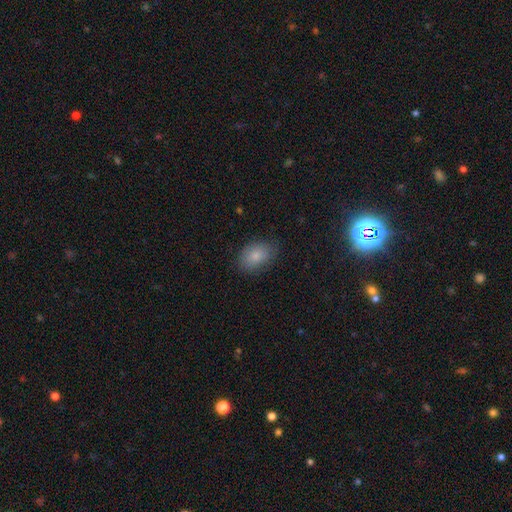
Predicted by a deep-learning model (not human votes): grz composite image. It shows a smooth galaxy with no disk features (83%) that is in between round and cigar-shaped (84%). Merging: none (77%).